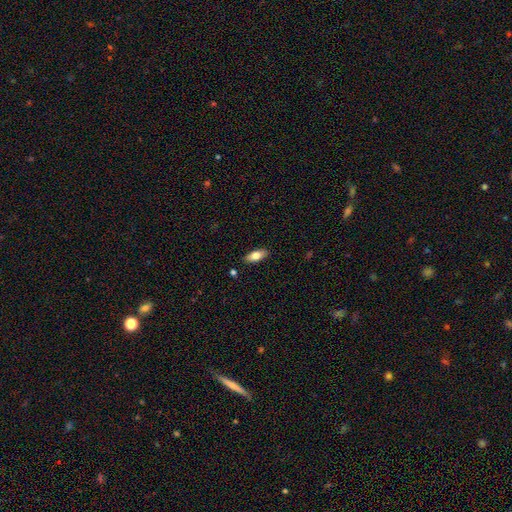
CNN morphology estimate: Smooth or featured? smooth (74%)
How rounded? in between (81%)
Merging? none (88%)